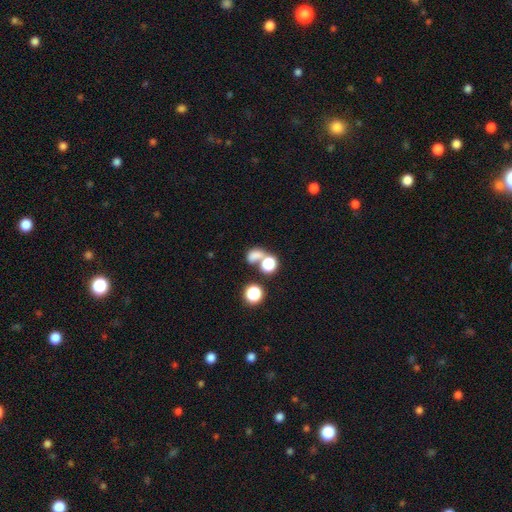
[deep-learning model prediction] Smooth or featured? smooth (72%)
How rounded? in between (56%)
Merging? merger (49%)